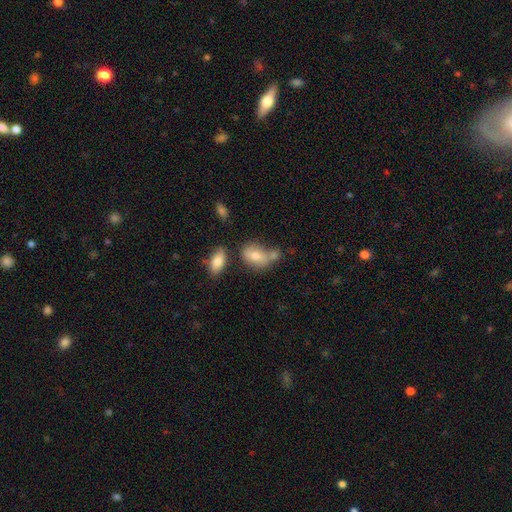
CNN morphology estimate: This appears to be a smooth galaxy with no disk features (71%) that is in between round and cigar-shaped (79%). Merging: none (45%).